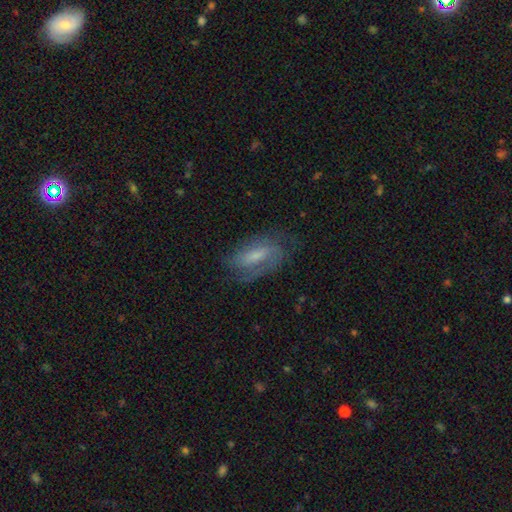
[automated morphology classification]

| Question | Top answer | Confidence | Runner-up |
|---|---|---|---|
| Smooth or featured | featured or disk | 61% | smooth (31%) |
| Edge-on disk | no | 90% | yes (10%) |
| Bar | weak | 44% | no (29%) |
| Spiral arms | yes | 85% | no (15%) |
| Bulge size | small | 46% | moderate (33%) |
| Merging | none | 66% | minor disturbance (20%) |